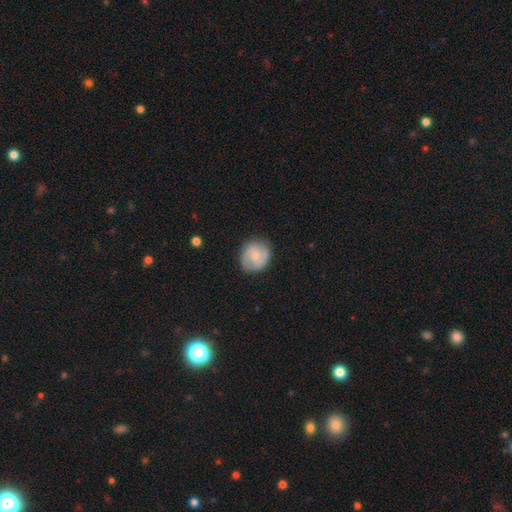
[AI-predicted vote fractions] Q: Smooth or featured?
A: featured or disk (54%); runner-up: smooth (40%)
Q: Edge-on disk?
A: no (98%); runner-up: yes (2%)
Q: Bar?
A: no (59%); runner-up: weak (35%)
Q: Spiral arms?
A: yes (86%); runner-up: no (14%)
Q: Bulge size?
A: small (58%); runner-up: moderate (33%)
Q: Merging?
A: none (80%); runner-up: minor disturbance (15%)